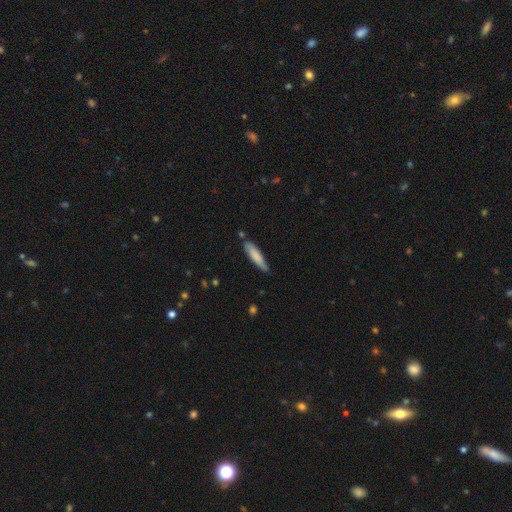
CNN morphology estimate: smooth_or_featured: smooth (p=0.78) [alt: featured or disk p=0.17]
how_rounded: cigar-shaped (p=0.77) [alt: in between p=0.21]
merging: none (p=0.73) [alt: minor disturbance p=0.21]